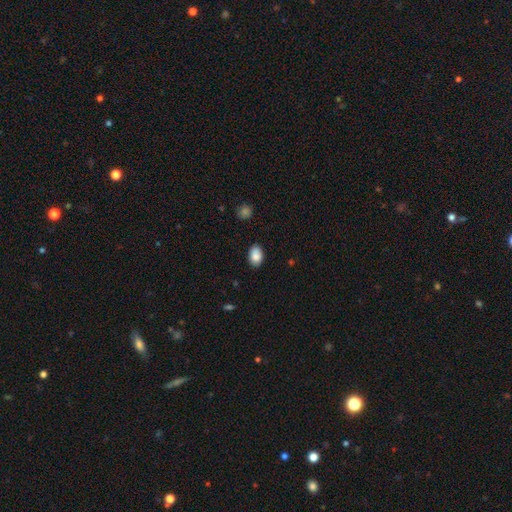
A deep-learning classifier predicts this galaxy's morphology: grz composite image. It shows a smooth galaxy with no disk features (86%) that is in between round and cigar-shaped (88%). Merging: none (84%).